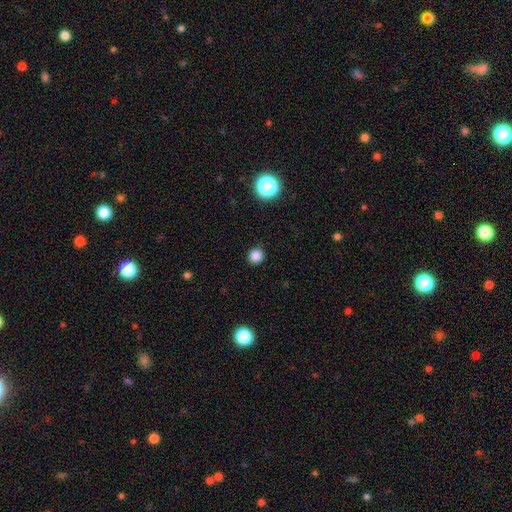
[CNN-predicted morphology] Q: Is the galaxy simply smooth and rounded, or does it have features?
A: smooth — 83%.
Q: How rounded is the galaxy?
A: round — 94%.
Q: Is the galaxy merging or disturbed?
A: none — 91%.